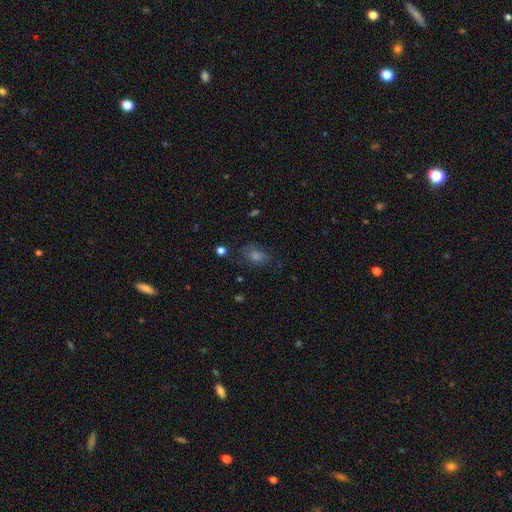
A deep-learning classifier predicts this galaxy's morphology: This appears to be a smooth galaxy with no disk features (48%). Merging: none (72%).